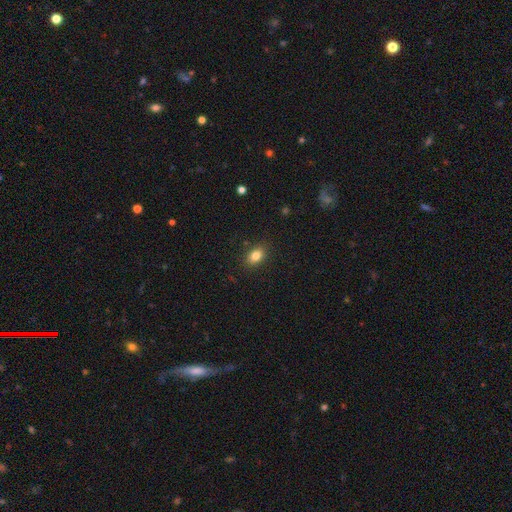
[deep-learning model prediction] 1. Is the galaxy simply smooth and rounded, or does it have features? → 83% smooth, 10% star or artifact, 8% featured or disk.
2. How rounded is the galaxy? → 79% in between, 19% round, 2% cigar-shaped.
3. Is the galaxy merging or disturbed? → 86% none, 10% minor disturbance, 3% major disturbance, 1% merger.